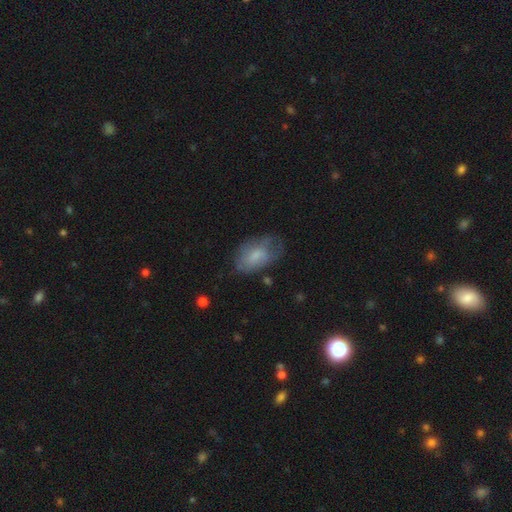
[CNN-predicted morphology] smooth-or-featured: smooth: 63% | featured or disk: 28% | star or artifact: 8%
  how-rounded: in between: 91% | round: 7% | cigar-shaped: 2%
  merging: none: 46% | minor disturbance: 32% | major disturbance: 19% | merger: 2%